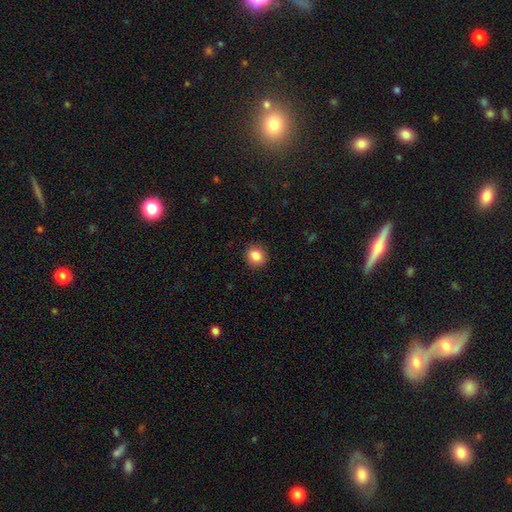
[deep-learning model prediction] smooth 85%, star or artifact 10%, featured or disk 5%. Down the decision tree: how rounded — round (84%); merging — none (90%).